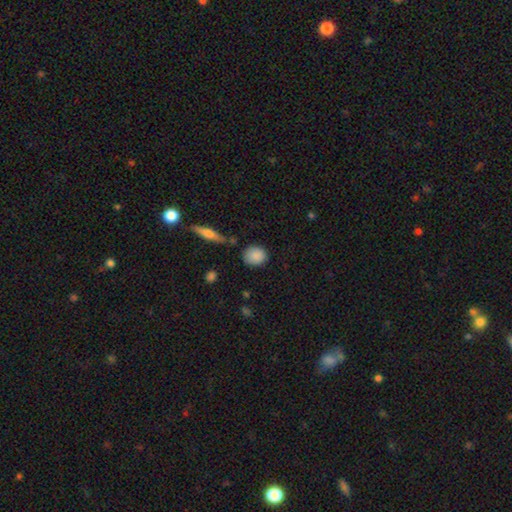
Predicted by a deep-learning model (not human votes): A smooth galaxy with no disk features (87%) that is round (65%).

Vote fractions:
- Smooth or featured? smooth: 87% / star or artifact: 7% / featured or disk: 6%
- How rounded? round: 65% / in between: 33% / cigar-shaped: 2%
- Merging? none: 79% / minor disturbance: 13% / merger: 4% / major disturbance: 3%